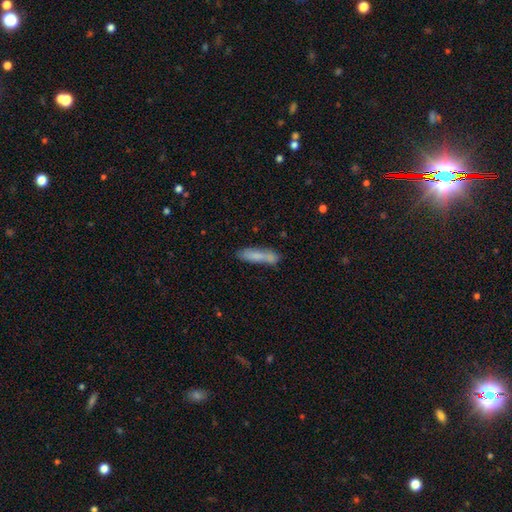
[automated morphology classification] smooth 79%, featured or disk 15%, star or artifact 6%. Down the decision tree: how rounded — cigar-shaped (78%); merging — none (67%).